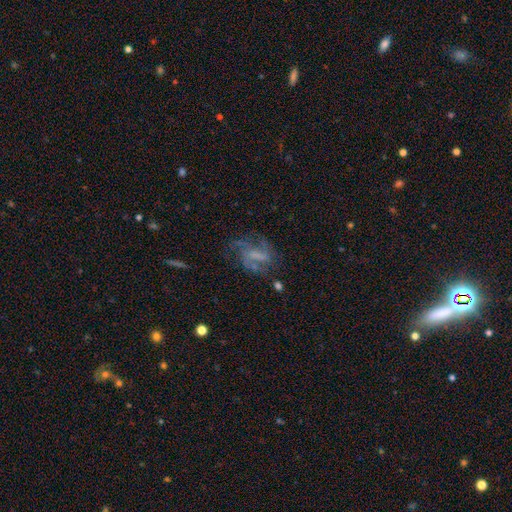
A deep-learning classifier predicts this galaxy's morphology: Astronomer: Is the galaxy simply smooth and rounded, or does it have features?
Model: featured or disk — 65%.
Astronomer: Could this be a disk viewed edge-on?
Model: no — 96%.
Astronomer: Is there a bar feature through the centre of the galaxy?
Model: weak — 41%, tied with no at 41%.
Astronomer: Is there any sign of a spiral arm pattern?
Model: yes — 75%.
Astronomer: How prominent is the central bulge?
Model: none — 52%.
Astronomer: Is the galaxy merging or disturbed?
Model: none — 49% (runner-up: major disturbance, 28%).